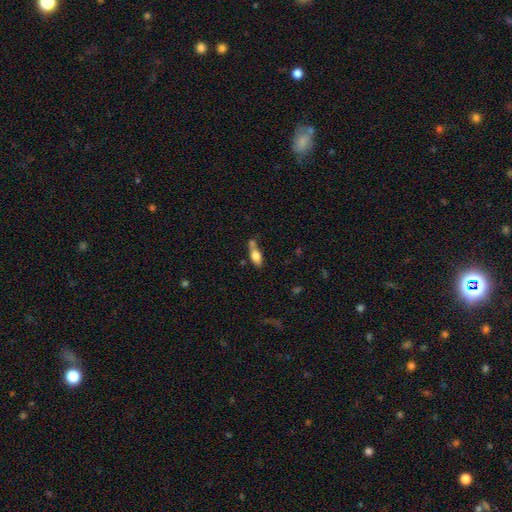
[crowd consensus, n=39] Smooth or featured: smooth — 59% (featured or disk — 38%)
How rounded: in between — 61% (cigar-shaped — 39%)
Merging: none — 37% (tied with merger — 37%)